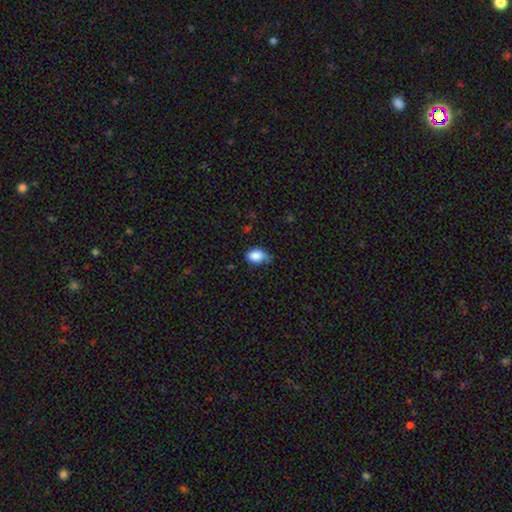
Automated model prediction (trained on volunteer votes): This is clearly a smooth galaxy (85%). How rounded: likely in between (79%). Merging: marginally minor disturbance (44%).